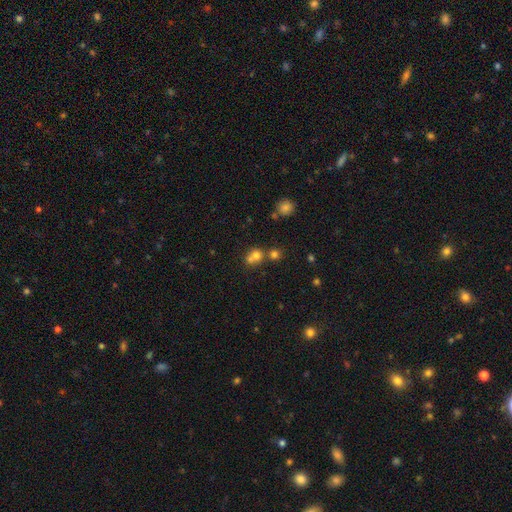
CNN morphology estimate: A smooth galaxy with no disk features (70%) that is round (79%). Merging: merger (53%).